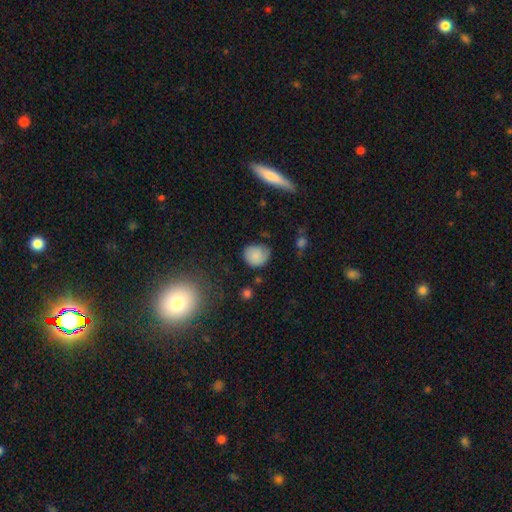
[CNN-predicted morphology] type=smooth (80%); roundness=round (70%); merging=none (61%).